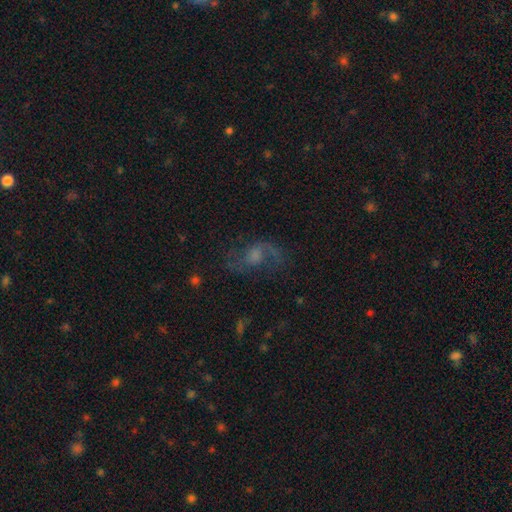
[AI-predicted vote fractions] The model was most divided on "bar": no: 54%, weak: 38%, strong: 8%. Remaining: edge-on disk — no (96%); spiral arms — yes (92%); spiral arm count — 2 (84%); smooth or featured — featured or disk (69%); merging — none (69%); spiral winding — loose (55%); bulge size — moderate (46%).